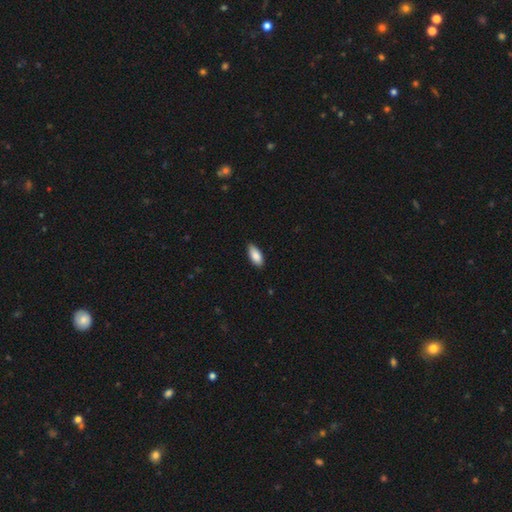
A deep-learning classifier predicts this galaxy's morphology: smooth_or_featured: smooth (p=0.86) [alt: featured or disk p=0.07]
how_rounded: in between (p=0.87) [alt: cigar-shaped p=0.11]
merging: none (p=0.85) [alt: minor disturbance p=0.12]